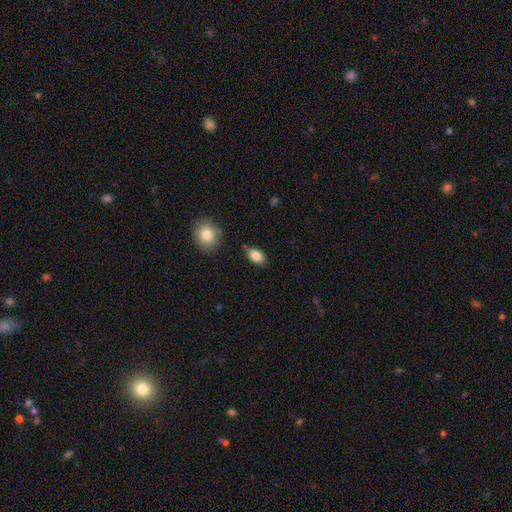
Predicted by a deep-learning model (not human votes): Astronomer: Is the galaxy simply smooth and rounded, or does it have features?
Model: smooth — 86%.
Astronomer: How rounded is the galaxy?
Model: in between — 90%.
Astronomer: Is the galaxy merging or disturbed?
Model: none — 82%.